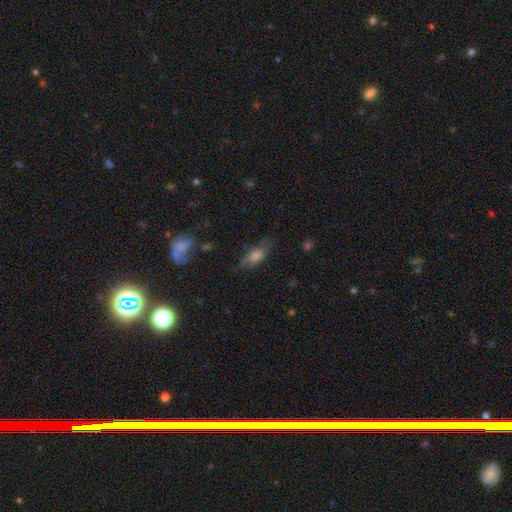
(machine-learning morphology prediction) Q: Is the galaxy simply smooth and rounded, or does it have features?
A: smooth — 66%.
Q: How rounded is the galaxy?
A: in between — 72%.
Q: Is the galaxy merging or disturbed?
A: none — 59%.